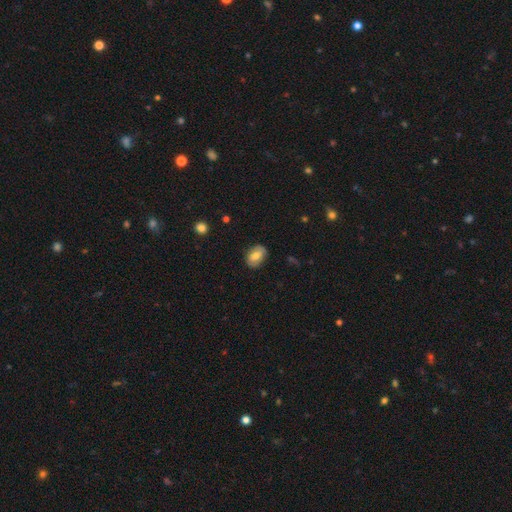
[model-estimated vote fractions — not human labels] smooth-or-featured: smooth: 65% | featured or disk: 28% | star or artifact: 7%
  how-rounded: in between: 83% | round: 16% | cigar-shaped: 1%
  merging: none: 84% | minor disturbance: 12% | major disturbance: 3% | merger: 1%